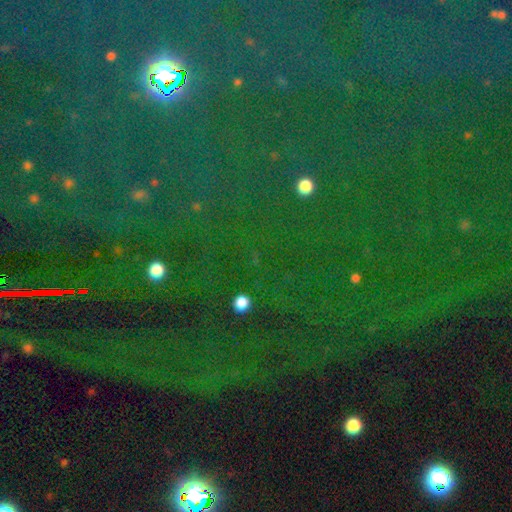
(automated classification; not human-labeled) Q: Smooth or featured?
A: star or artifact (83%); runner-up: smooth (9%)